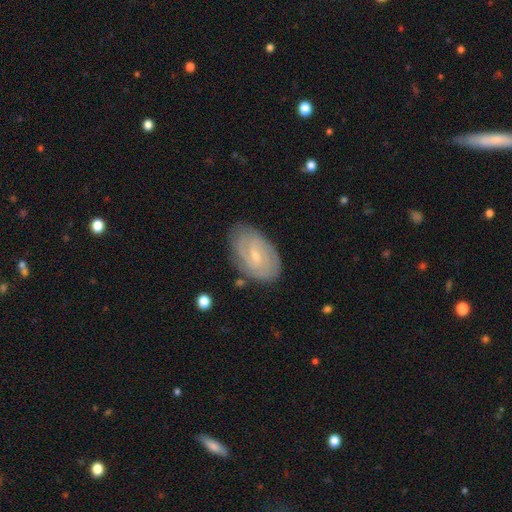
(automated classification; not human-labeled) The model was most divided on "spiral arm count": 2: 48%, can't tell: 30%, 3: 11%, 4: 4%, 1: 4%, more than 4: 3%. More confident: edge-on disk — no (96%); spiral arms — yes (91%); merging — none (78%); smooth or featured — featured or disk (73%); bulge size — small (67%); bar — weak (58%); spiral winding — tight (57%).